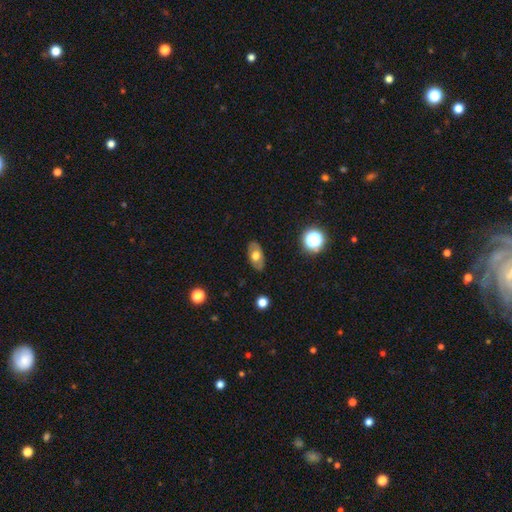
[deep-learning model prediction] Q: Smooth or featured?
A: smooth (57%); runner-up: featured or disk (34%)
Q: How rounded?
A: in between (88%); runner-up: round (9%)
Q: Merging?
A: none (84%); runner-up: minor disturbance (12%)